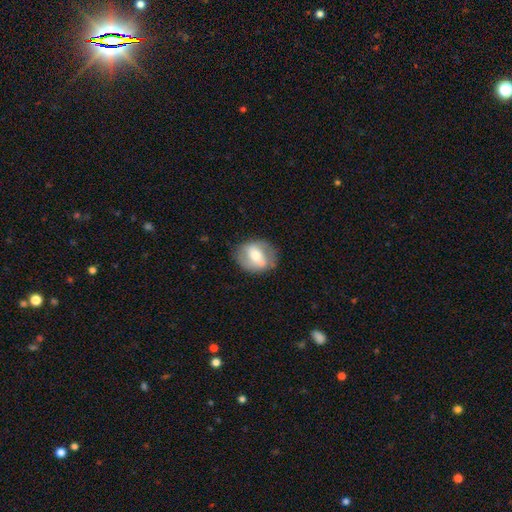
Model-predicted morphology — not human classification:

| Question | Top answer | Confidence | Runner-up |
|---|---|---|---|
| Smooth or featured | featured or disk | 51% | smooth (42%) |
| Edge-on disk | no | 94% | yes (6%) |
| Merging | none | 76% | minor disturbance (16%) |